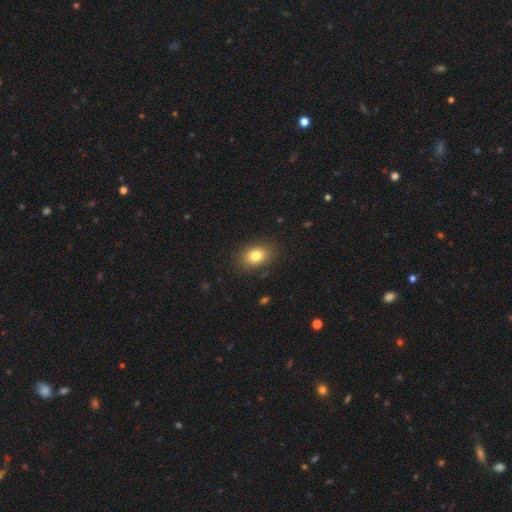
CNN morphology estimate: This appears to be a smooth galaxy with no disk features (80%) that is in between round and cigar-shaped (73%). Merging: none (86%).